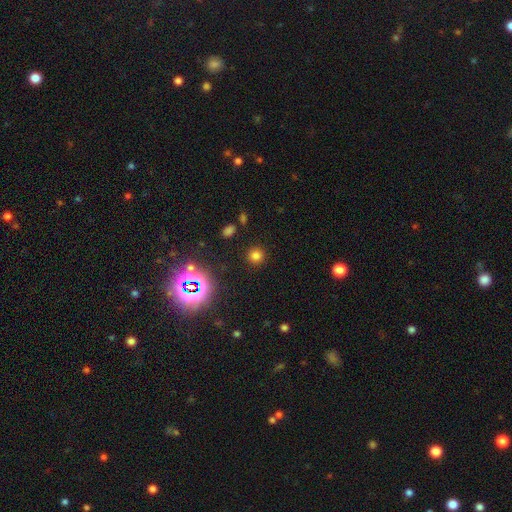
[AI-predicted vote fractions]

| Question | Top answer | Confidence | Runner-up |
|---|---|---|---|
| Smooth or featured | smooth | 70% | star or artifact (24%) |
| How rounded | round | 92% | in between (7%) |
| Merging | none | 89% | minor disturbance (6%) |